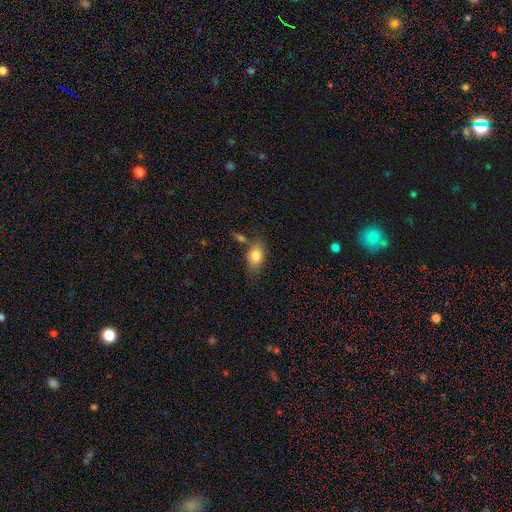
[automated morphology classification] A smooth galaxy with no disk features (81%) that is in between round and cigar-shaped (85%).

Vote fractions:
- Smooth or featured? smooth: 81% / featured or disk: 12% / star or artifact: 7%
- How rounded? in between: 85% / round: 12% / cigar-shaped: 3%
- Merging? none: 64% / minor disturbance: 19% / merger: 12% / major disturbance: 5%